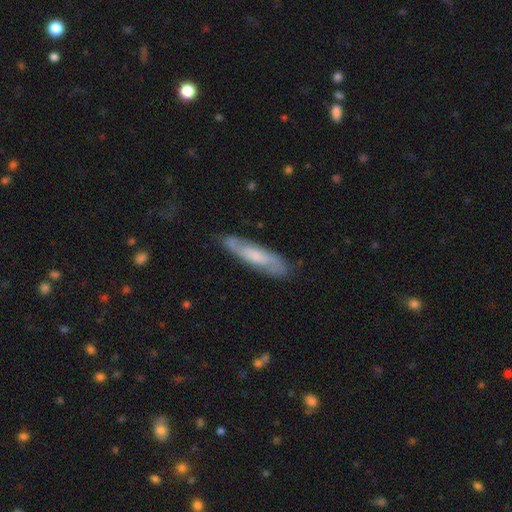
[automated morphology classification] Q: Smooth or featured?
A: featured or disk (53%); runner-up: smooth (40%)
Q: Edge-on disk?
A: no (62%); runner-up: yes (38%)
Q: Merging?
A: none (78%); runner-up: minor disturbance (17%)